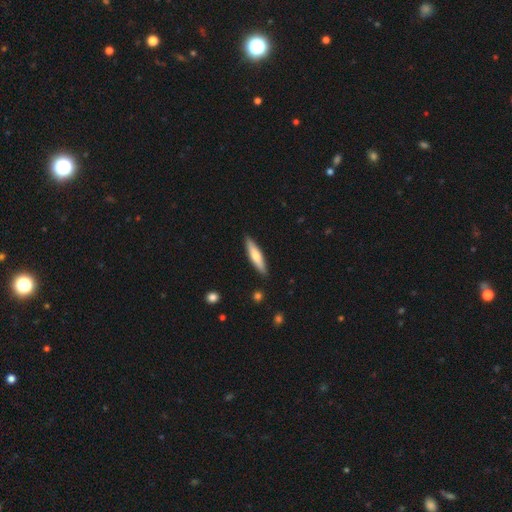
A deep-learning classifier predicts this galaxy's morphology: type=smooth (59%); roundness=cigar-shaped (79%); merging=none (89%).